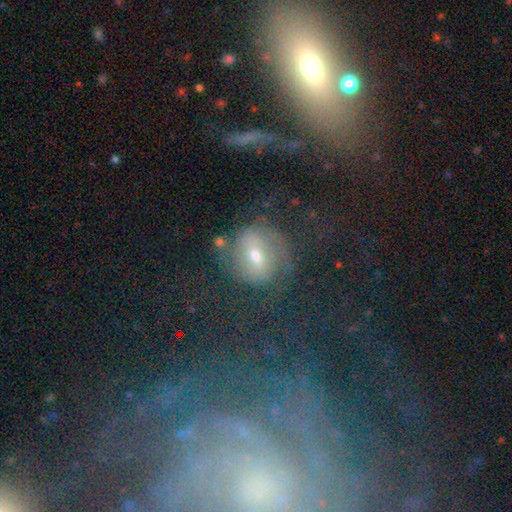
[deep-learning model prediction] Q: Smooth or featured?
A: featured or disk (43%); runner-up: smooth (34%)
Q: Merging?
A: none (62%); runner-up: minor disturbance (18%)